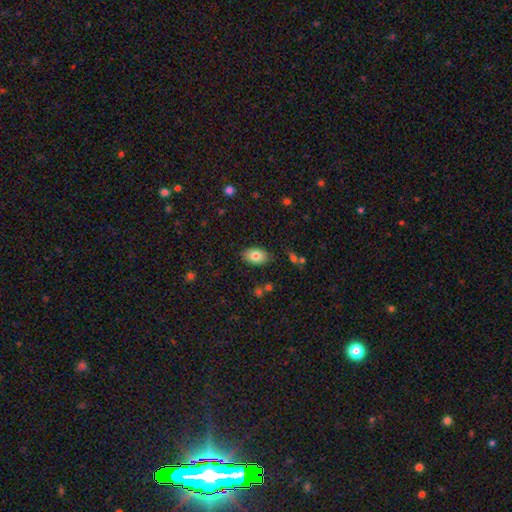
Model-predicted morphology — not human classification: Q: Smooth or featured?
A: smooth (81%); runner-up: featured or disk (12%)
Q: How rounded?
A: in between (88%); runner-up: round (10%)
Q: Merging?
A: none (85%); runner-up: minor disturbance (11%)